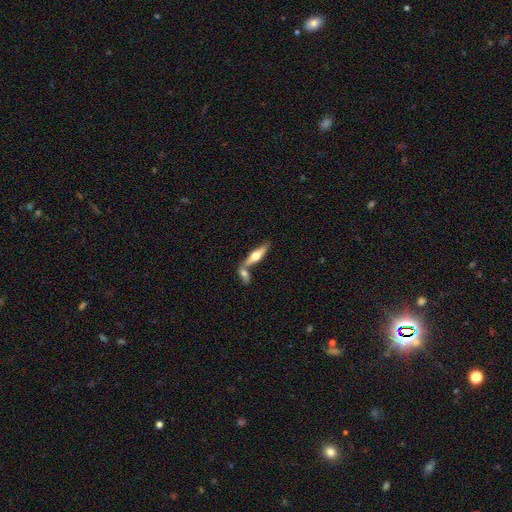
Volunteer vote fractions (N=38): Q: Smooth or featured?
A: featured or disk (63%); runner-up: smooth (34%)
Q: Edge-on disk?
A: yes (92%); runner-up: no (8%)
Q: Edge-on bulge?
A: rounded (91%); runner-up: boxy (9%)
Q: Merging?
A: merger (57%); runner-up: none (35%)